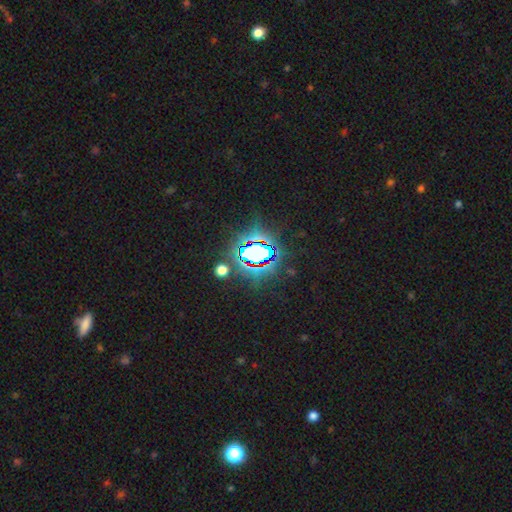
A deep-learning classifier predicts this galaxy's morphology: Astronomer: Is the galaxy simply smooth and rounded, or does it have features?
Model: star or artifact — 74%.